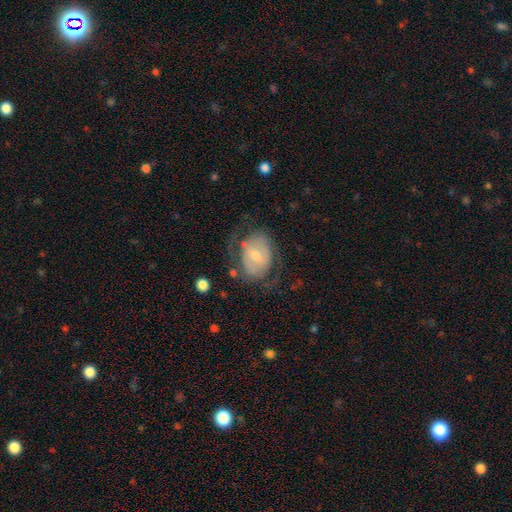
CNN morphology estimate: Q: Smooth or featured?
A: featured or disk (63%); runner-up: smooth (31%)
Q: Edge-on disk?
A: no (95%); runner-up: yes (5%)
Q: Bar?
A: weak (45%); runner-up: no (38%)
Q: Spiral arms?
A: yes (61%); runner-up: no (39%)
Q: Bulge size?
A: moderate (53%); runner-up: small (38%)
Q: Merging?
A: none (52%); runner-up: major disturbance (24%)